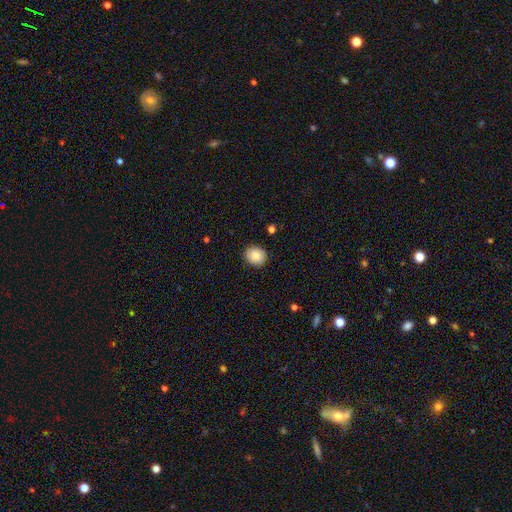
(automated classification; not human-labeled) Morphology: type=smooth (87%); roundness=round (81%); merging=none (90%).